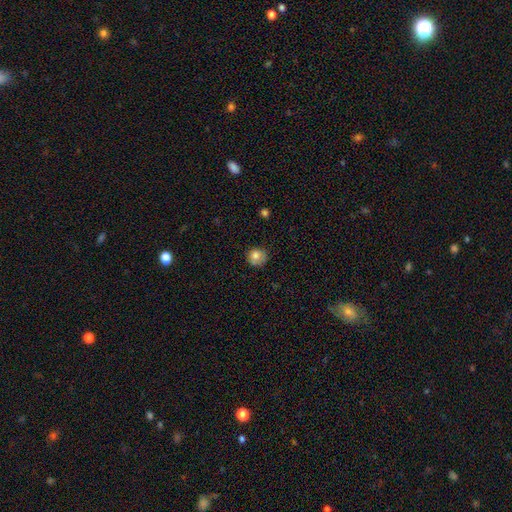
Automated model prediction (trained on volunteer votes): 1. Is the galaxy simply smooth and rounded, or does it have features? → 78% smooth, 12% featured or disk, 10% star or artifact.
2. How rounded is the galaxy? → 86% round, 13% in between, 1% cigar-shaped.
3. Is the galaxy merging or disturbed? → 70% none, 22% minor disturbance, 6% major disturbance, 2% merger.